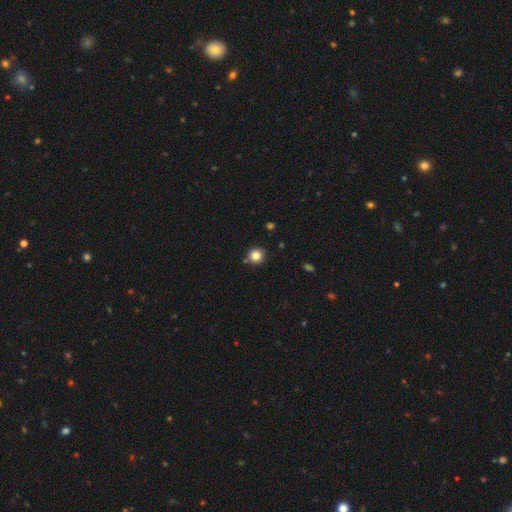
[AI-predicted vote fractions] Smooth or featured? smooth (83%)
How rounded? round (92%)
Merging? none (87%)